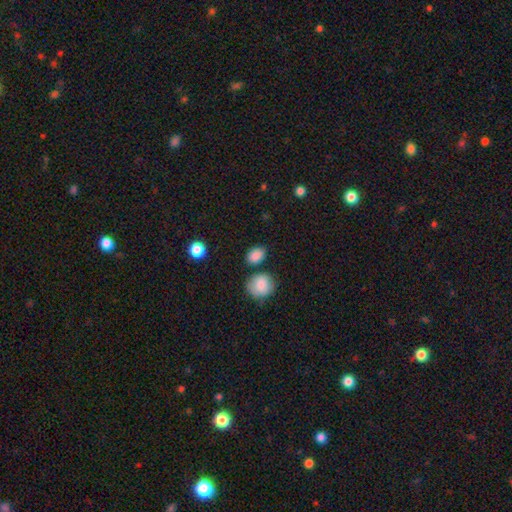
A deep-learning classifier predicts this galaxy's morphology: The model was most divided on "how rounded": in between: 71%, round: 28%, cigar-shaped: 1%. More confident: smooth or featured — smooth (87%); merging — none (76%).